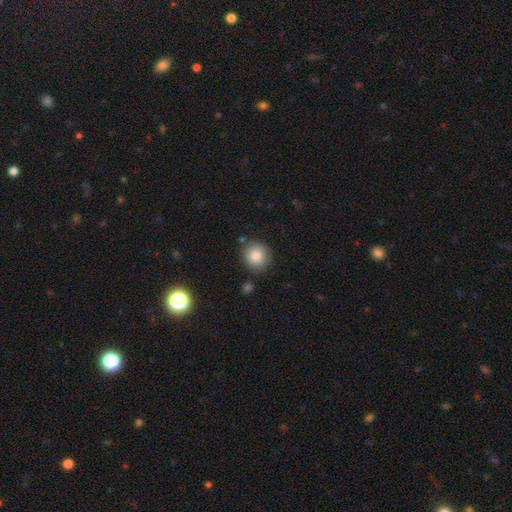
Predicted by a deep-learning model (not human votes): This is clearly a smooth galaxy (85%). How rounded: clearly round (85%). Merging: clearly none (84%).